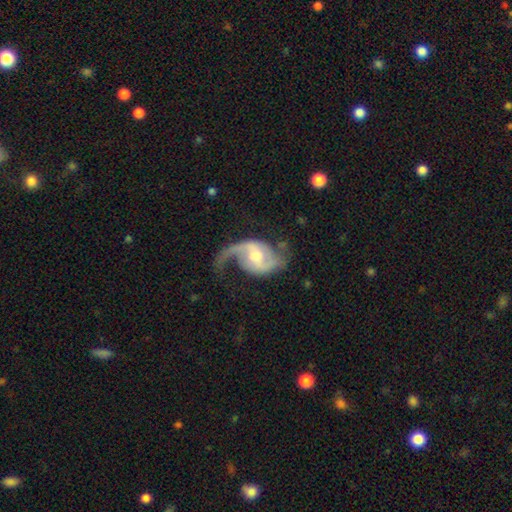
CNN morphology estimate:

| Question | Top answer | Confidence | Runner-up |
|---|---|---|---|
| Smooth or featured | featured or disk | 87% | smooth (8%) |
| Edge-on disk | no | 97% | yes (3%) |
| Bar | weak | 49% | no (36%) |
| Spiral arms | yes | 95% | no (5%) |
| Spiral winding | loose | 57% | medium (34%) |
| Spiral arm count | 2 | 68% | 1 (26%) |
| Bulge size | moderate | 63% | small (23%) |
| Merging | none | 46% | major disturbance (30%) |